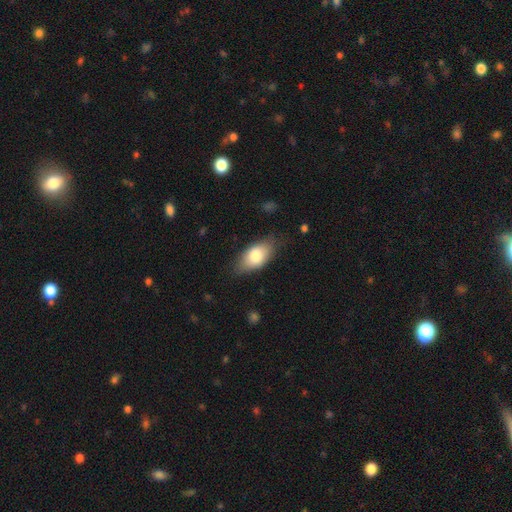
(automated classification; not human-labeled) Smooth or featured? smooth (79%)
How rounded? in between (90%)
Merging? none (74%)